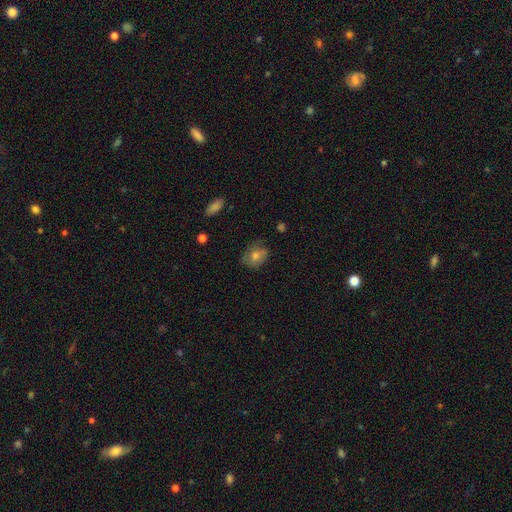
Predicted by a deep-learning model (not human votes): Smooth or featured? Predicted: smooth (p=0.64). How rounded? Predicted: in between (p=0.55). Merging? Predicted: none (p=0.69).